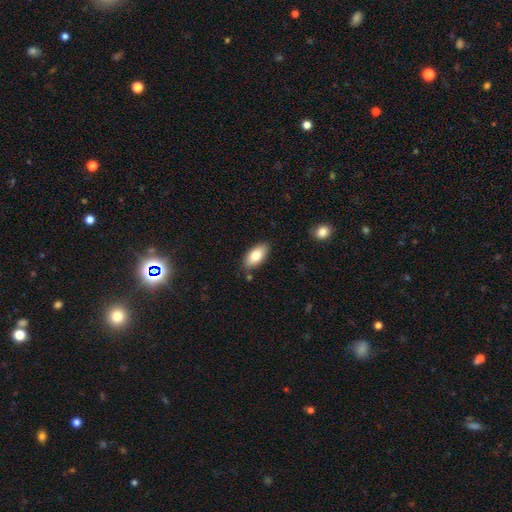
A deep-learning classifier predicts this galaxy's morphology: This appears to be a smooth galaxy with no disk features (81%) that is in between round and cigar-shaped (92%). Merging: none (84%).